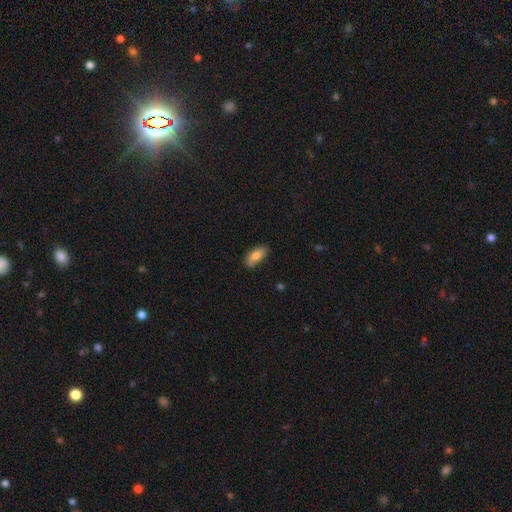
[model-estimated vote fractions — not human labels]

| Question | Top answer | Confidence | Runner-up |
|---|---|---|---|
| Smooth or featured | smooth | 80% | featured or disk (14%) |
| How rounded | in between | 86% | cigar-shaped (11%) |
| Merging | none | 77% | minor disturbance (19%) |